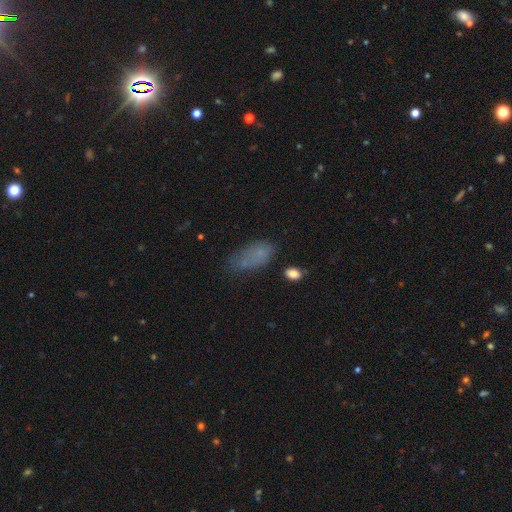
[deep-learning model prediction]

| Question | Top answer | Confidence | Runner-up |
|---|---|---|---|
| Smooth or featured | smooth | 67% | star or artifact (17%) |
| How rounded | in between | 85% | cigar-shaped (8%) |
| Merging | none | 45% | minor disturbance (28%) |